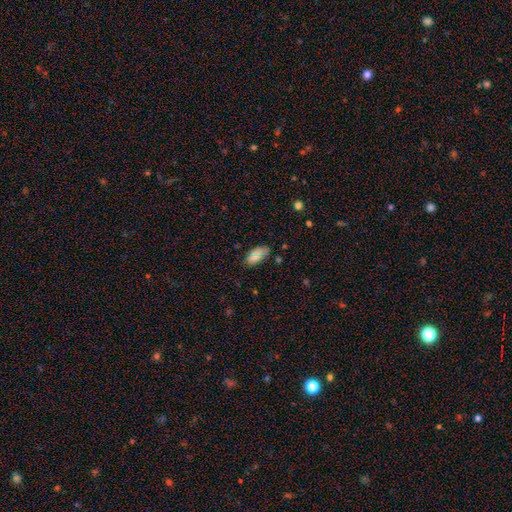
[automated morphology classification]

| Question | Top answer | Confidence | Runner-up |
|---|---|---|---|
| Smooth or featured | smooth | 74% | star or artifact (16%) |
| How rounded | in between | 91% | cigar-shaped (6%) |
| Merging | none | 78% | minor disturbance (15%) |